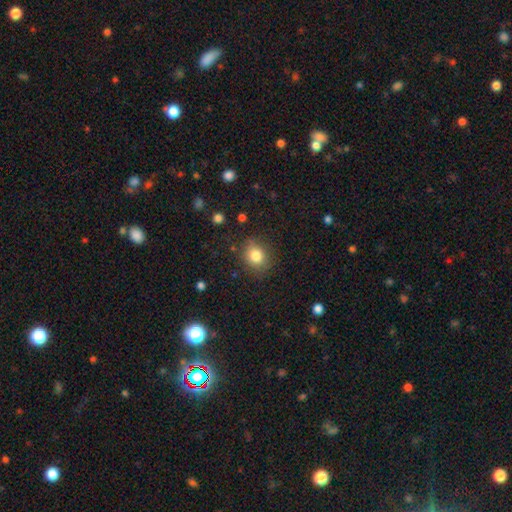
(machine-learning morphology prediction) Smooth or featured: smooth — 82% (star or artifact — 11%)
How rounded: round — 71% (in between — 28%)
Merging: none — 78% (minor disturbance — 15%)